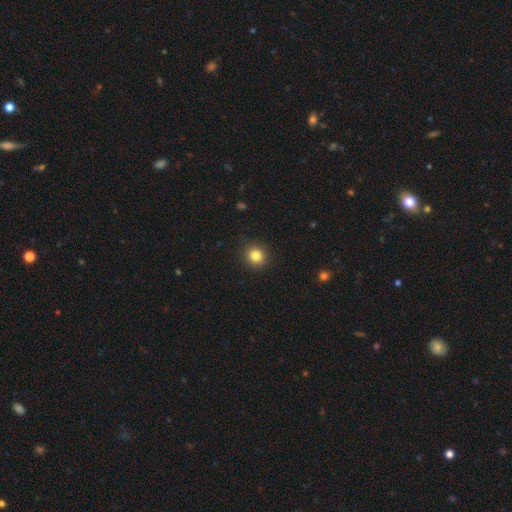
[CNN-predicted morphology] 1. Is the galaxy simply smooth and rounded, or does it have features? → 83% smooth, 11% star or artifact, 6% featured or disk.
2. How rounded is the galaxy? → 90% round, 9% in between, 1% cigar-shaped.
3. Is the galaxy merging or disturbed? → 92% none, 5% minor disturbance, 2% major disturbance, 1% merger.